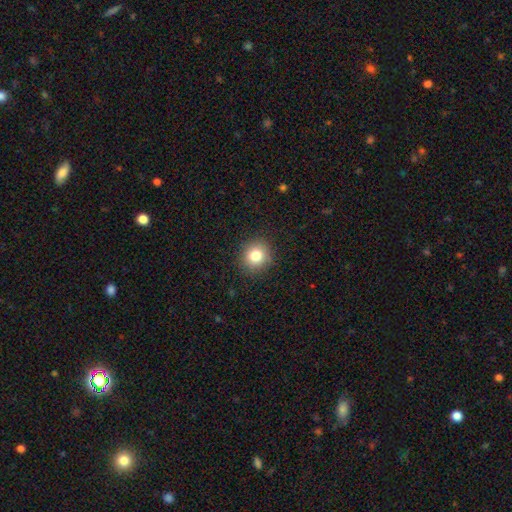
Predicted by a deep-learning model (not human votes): Smooth or featured?
  - smooth: 82% *
  - star or artifact: 11%
  - featured or disk: 7%
How rounded?
  - round: 88% *
  - in between: 11%
  - cigar-shaped: 1%
Merging?
  - none: 89% *
  - minor disturbance: 7%
  - major disturbance: 2%
  - merger: 1%